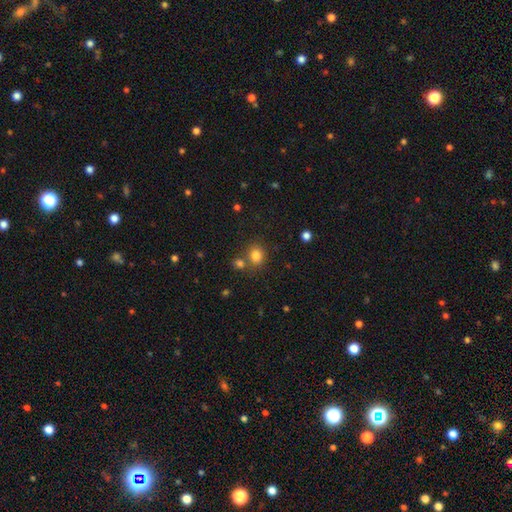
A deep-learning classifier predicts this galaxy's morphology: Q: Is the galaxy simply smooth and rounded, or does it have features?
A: smooth — 81%.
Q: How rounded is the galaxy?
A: round — 66%.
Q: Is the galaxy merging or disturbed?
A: none — 66%.